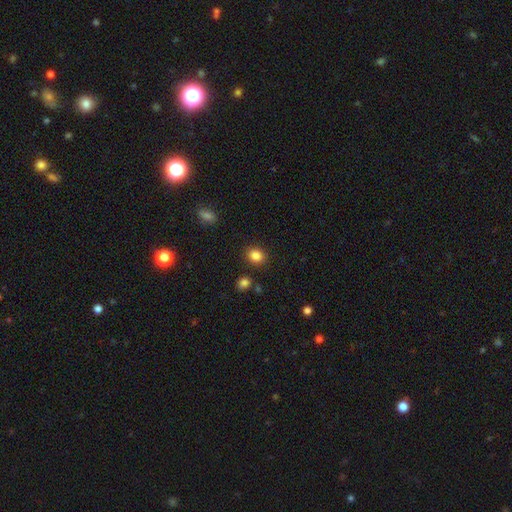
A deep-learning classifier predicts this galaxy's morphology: This appears to be a smooth galaxy with no disk features (85%) that is round (61%). Merging: none (88%).